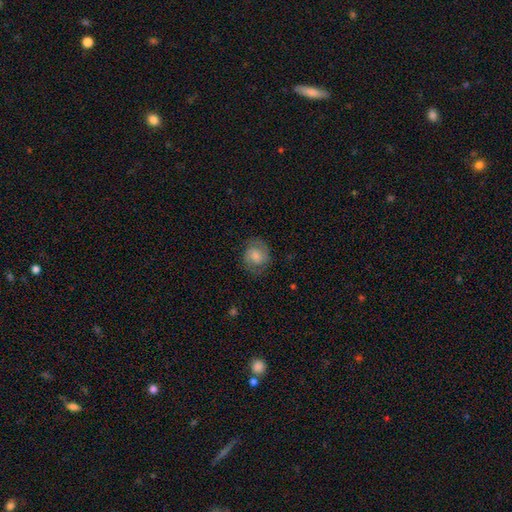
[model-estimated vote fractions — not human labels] Smooth or featured: featured or disk — 52% (smooth — 40%)
Edge-on disk: no — 97% (yes — 3%)
Bar: no — 55% (weak — 37%)
Spiral arms: yes — 88% (no — 12%)
Bulge size: moderate — 43% (small — 29%)
Merging: none — 77% (minor disturbance — 16%)